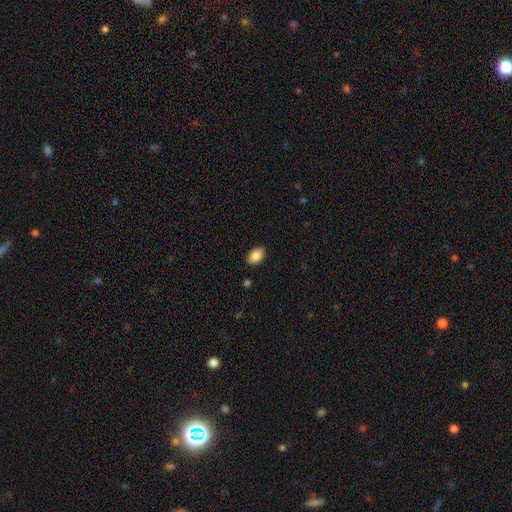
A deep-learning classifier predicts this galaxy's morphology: This appears to be a smooth galaxy with no disk features (87%) that is in between round and cigar-shaped (87%). Merging: none (88%).